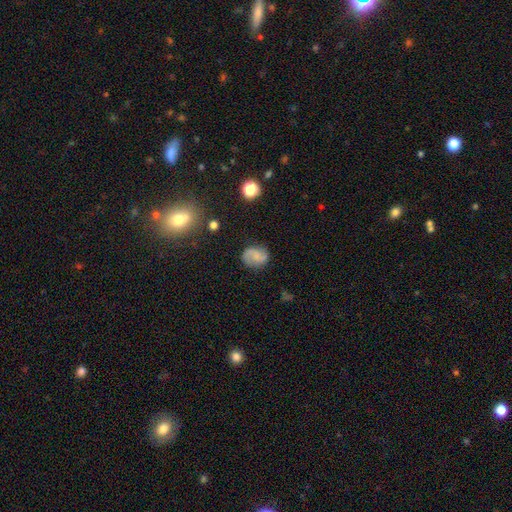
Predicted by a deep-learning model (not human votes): This is possibly a featured or disk galaxy (54%). It is clearly not viewed edge-on (98%). Bar: possibly no (51%). Spiral arm pattern: clearly yes (91%). Central bulge: possibly none (51%). Merging: likely none (77%).